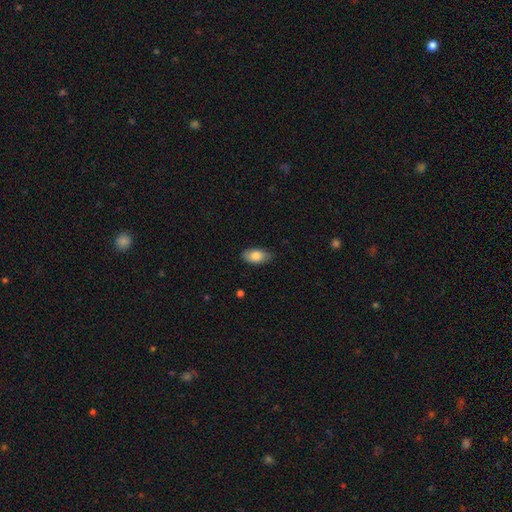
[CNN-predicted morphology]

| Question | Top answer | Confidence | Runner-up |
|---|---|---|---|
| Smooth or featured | smooth | 84% | featured or disk (10%) |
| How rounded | in between | 93% | round (4%) |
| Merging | none | 82% | minor disturbance (15%) |